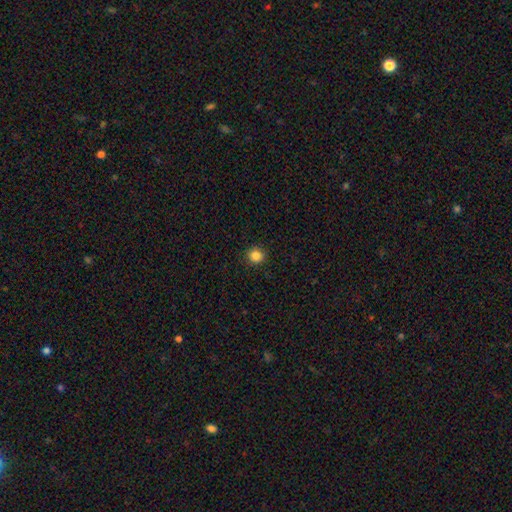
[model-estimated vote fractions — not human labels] smooth 85%, star or artifact 12%, featured or disk 4%. Down the decision tree: how rounded — round (92%); merging — none (92%).